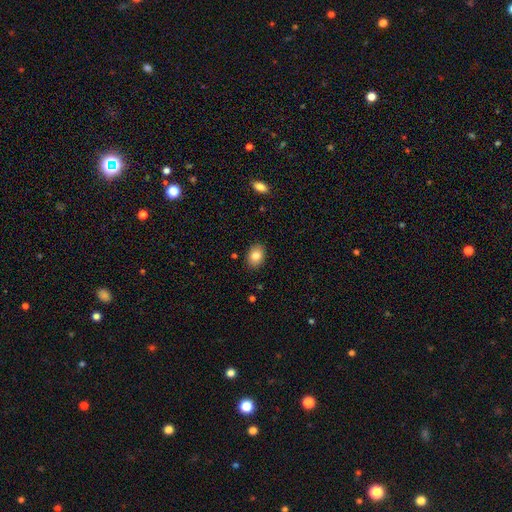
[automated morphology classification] smooth_or_featured: smooth (p=0.81) [alt: featured or disk p=0.10]
how_rounded: in between (p=0.69) [alt: round p=0.30]
merging: none (p=0.88) [alt: minor disturbance p=0.09]